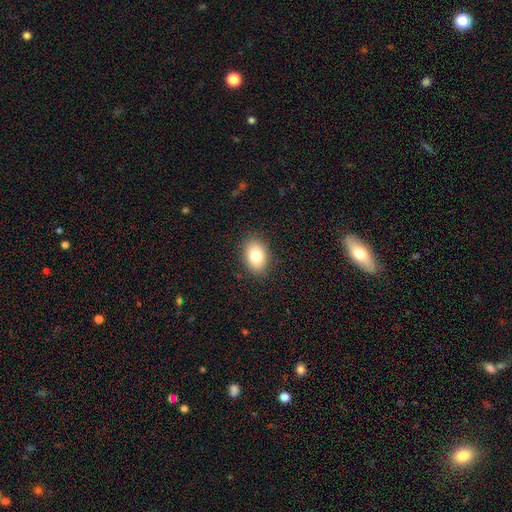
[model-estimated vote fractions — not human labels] smooth-or-featured: smooth: 80% | featured or disk: 11% | star or artifact: 9%
  how-rounded: in between: 80% | round: 19% | cigar-shaped: 1%
  merging: none: 87% | minor disturbance: 9% | major disturbance: 3% | merger: 1%